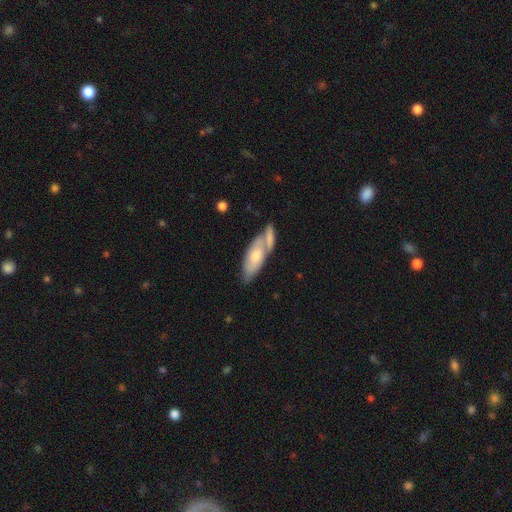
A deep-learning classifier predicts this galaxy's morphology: Smooth or featured? smooth (51%)
How rounded? in between (72%)
Merging? none (42%)